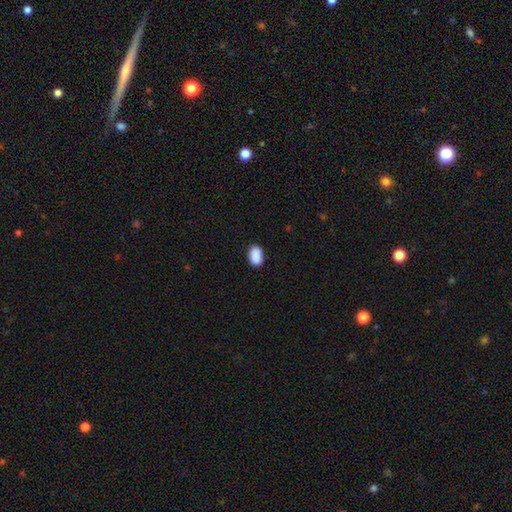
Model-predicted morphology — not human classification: Smooth or featured? smooth (90%)
How rounded? in between (89%)
Merging? none (87%)